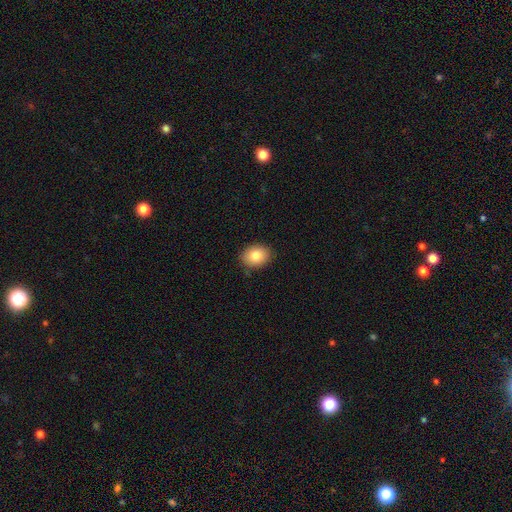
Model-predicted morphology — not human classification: A smooth galaxy with no disk features (83%) that is in between round and cigar-shaped (64%).

Vote fractions:
- Smooth or featured? smooth: 83% / featured or disk: 9% / star or artifact: 8%
- How rounded? in between: 64% / round: 35% / cigar-shaped: 1%
- Merging? none: 87% / minor disturbance: 10% / major disturbance: 2% / merger: 1%